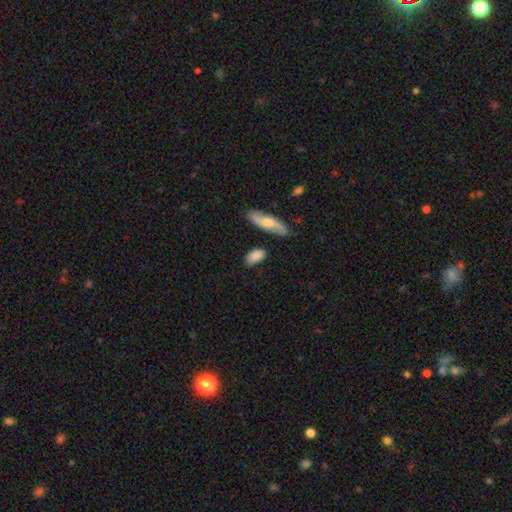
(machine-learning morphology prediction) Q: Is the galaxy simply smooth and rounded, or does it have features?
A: smooth — 83%.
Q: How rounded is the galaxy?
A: in between — 85%.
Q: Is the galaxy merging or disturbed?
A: none — 72%.